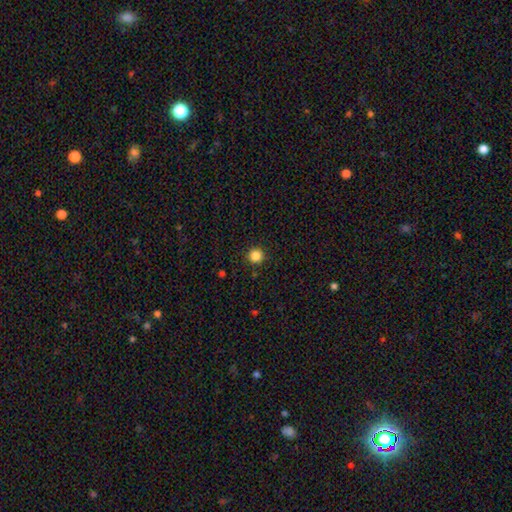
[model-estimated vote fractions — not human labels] Smooth or featured? smooth (84%)
How rounded? round (95%)
Merging? none (91%)